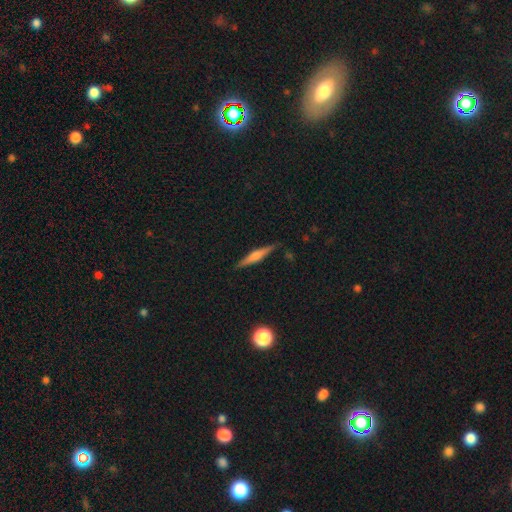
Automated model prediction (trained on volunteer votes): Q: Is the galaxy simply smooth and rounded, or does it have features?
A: featured or disk — 58%.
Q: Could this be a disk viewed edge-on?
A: yes — 97%.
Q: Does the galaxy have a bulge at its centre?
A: rounded — 73%.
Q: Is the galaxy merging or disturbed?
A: none — 88%.